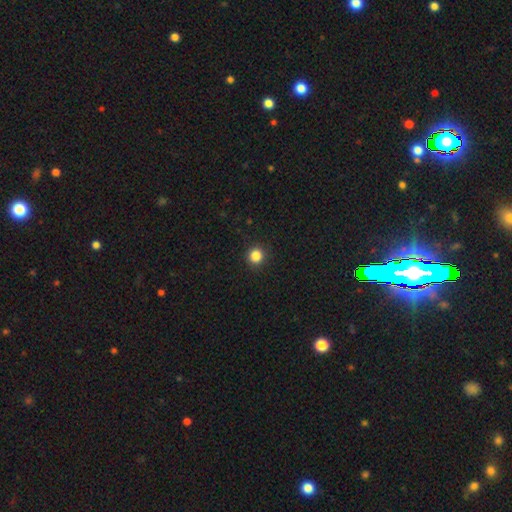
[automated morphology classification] Overall: smooth (85%). How rounded: round (93%). Merging: none (92%).